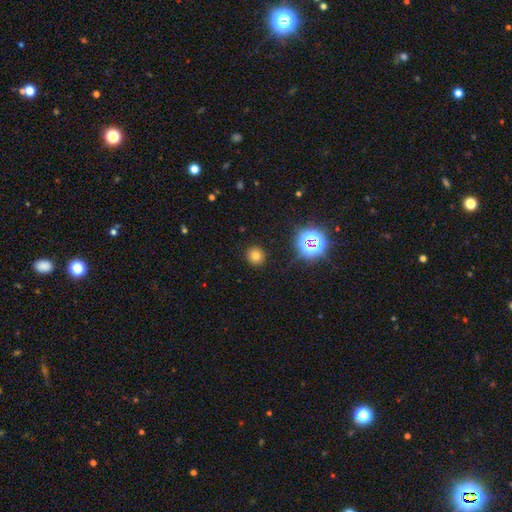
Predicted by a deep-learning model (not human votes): This appears to be a smooth galaxy with no disk features (73%) that is round (92%). Merging: none (90%).